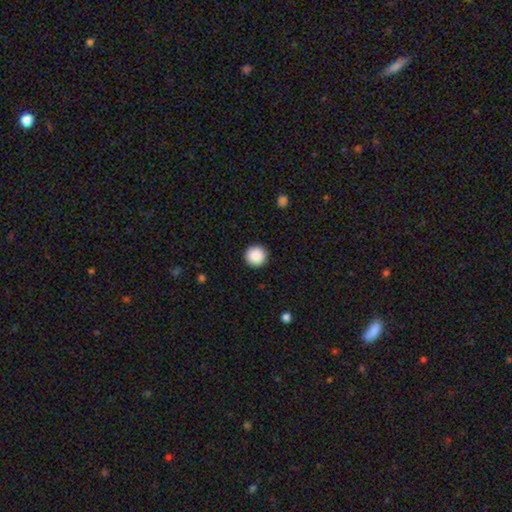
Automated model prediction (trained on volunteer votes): Smooth or featured? smooth (89%)
How rounded? round (96%)
Merging? none (93%)